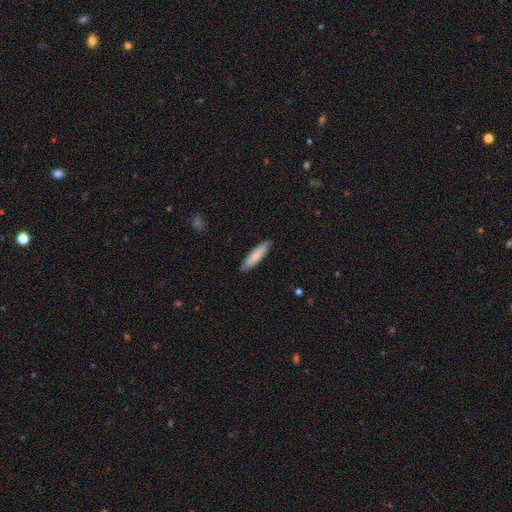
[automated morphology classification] Smooth or featured? smooth (78%)
How rounded? cigar-shaped (74%)
Merging? none (87%)